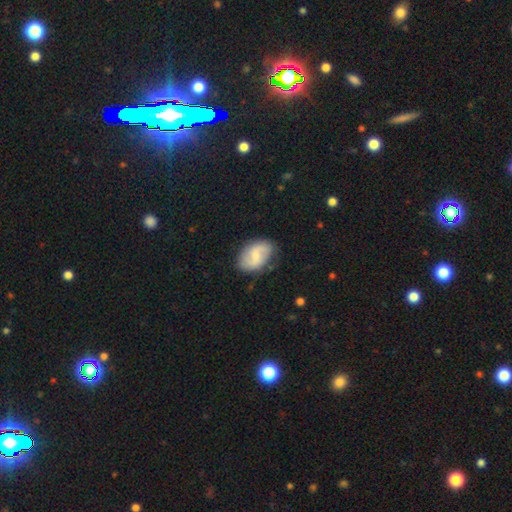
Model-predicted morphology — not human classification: A featured or disk galaxy (50%). Merging: none (77%).